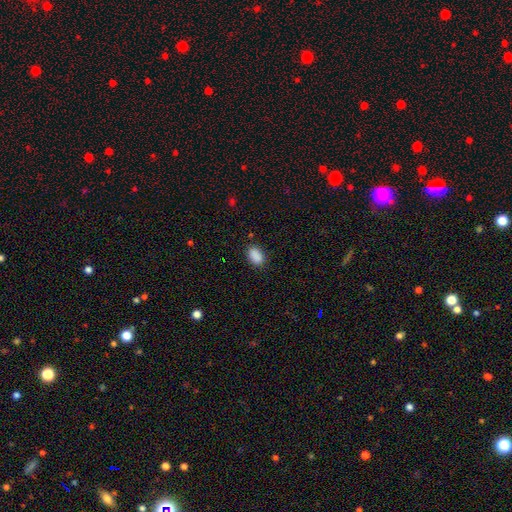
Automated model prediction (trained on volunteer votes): A smooth galaxy with no disk features (89%) that is in between round and cigar-shaped (87%). Merging: none (84%).